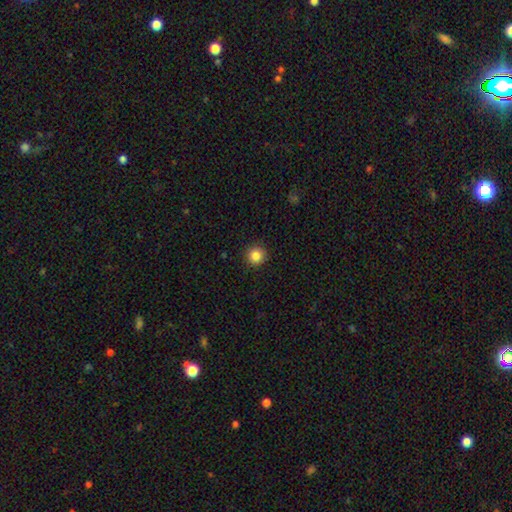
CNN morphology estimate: Overall: smooth (85%). How rounded: round (94%). Merging: none (92%).